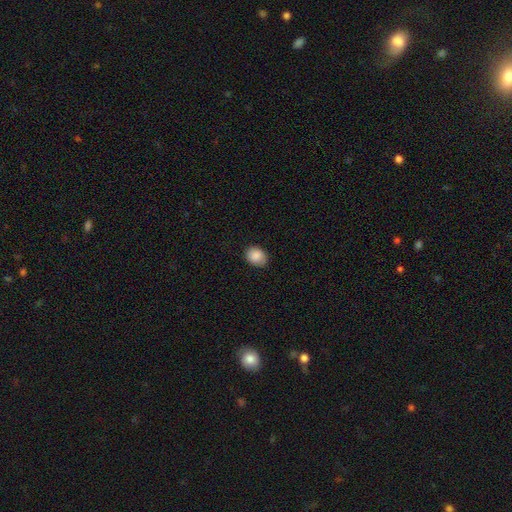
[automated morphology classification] Q: Smooth or featured?
A: smooth (87%); runner-up: star or artifact (8%)
Q: How rounded?
A: round (54%); runner-up: in between (45%)
Q: Merging?
A: none (82%); runner-up: minor disturbance (14%)